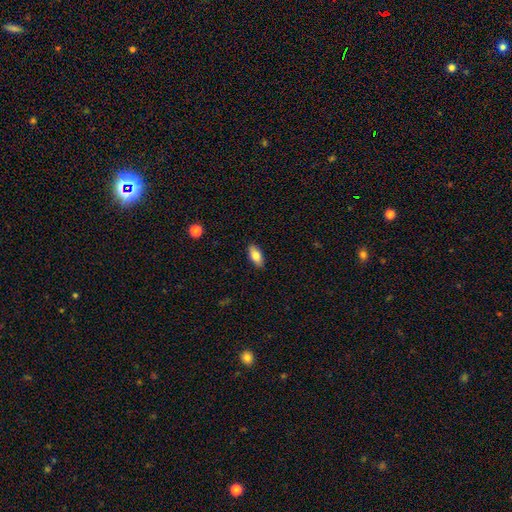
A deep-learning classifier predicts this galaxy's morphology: Smooth or featured: smooth — 79% (featured or disk — 14%)
How rounded: in between — 85% (cigar-shaped — 12%)
Merging: none — 88% (minor disturbance — 9%)